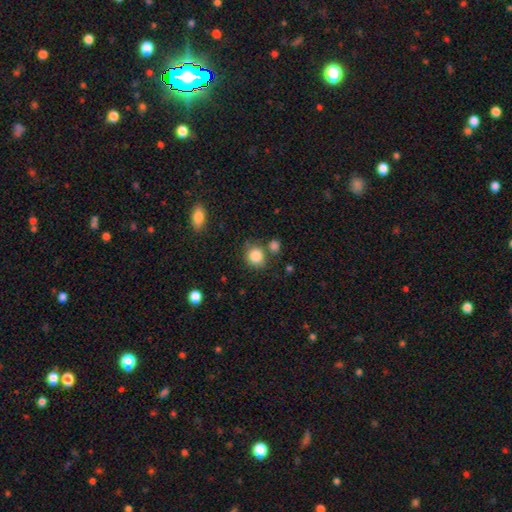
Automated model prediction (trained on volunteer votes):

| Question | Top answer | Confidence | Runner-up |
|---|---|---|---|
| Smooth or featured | smooth | 85% | star or artifact (9%) |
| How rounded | round | 73% | in between (25%) |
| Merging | none | 66% | minor disturbance (16%) |